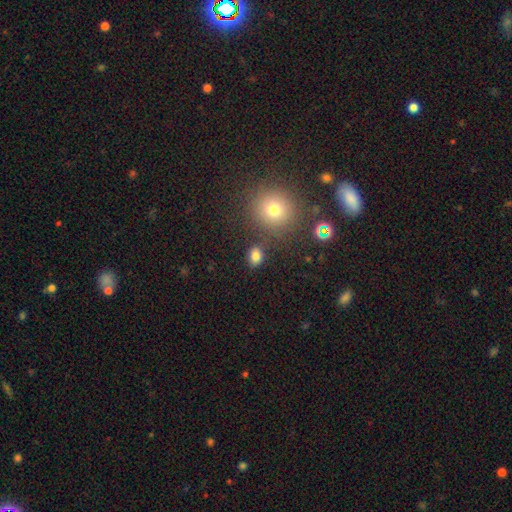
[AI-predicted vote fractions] Smooth or featured: smooth — 79% (star or artifact — 14%)
How rounded: in between — 61% (round — 38%)
Merging: none — 80% (minor disturbance — 10%)